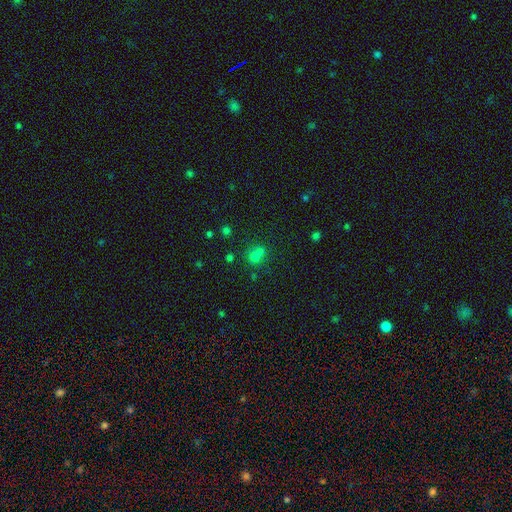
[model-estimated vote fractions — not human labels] A smooth galaxy with no disk features (64%) that is round (77%).

Vote fractions:
- Smooth or featured? smooth: 64% / star or artifact: 24% / featured or disk: 12%
- How rounded? round: 77% / in between: 22% / cigar-shaped: 1%
- Merging? merger: 47% / none: 41% / minor disturbance: 8% / major disturbance: 4%